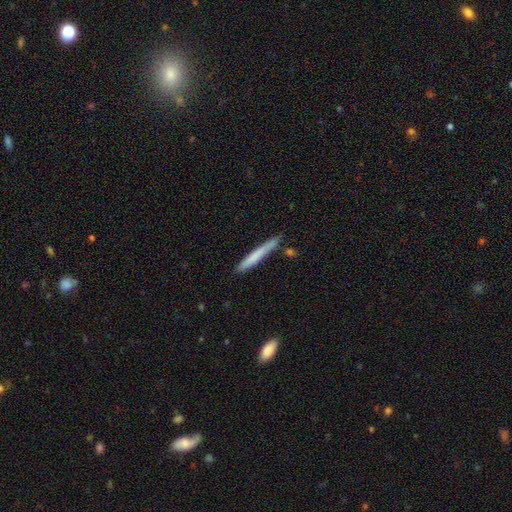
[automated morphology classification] The model was most divided on "smooth or featured": smooth: 70%, featured or disk: 24%, star or artifact: 5%. More confident: how rounded — cigar-shaped (96%); merging — none (80%).